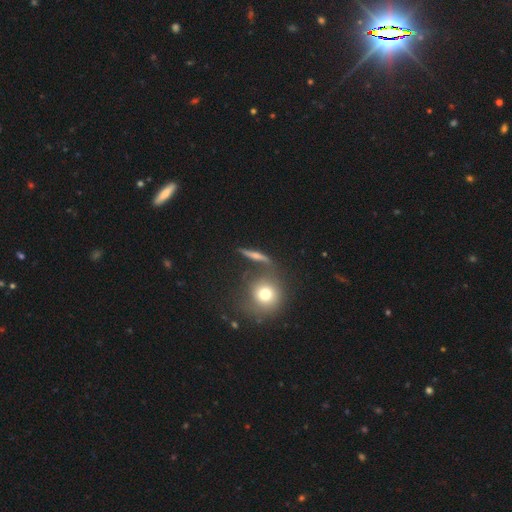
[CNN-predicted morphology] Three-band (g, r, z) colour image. It shows a featured or disk galaxy (49%). Merging: none (70%).